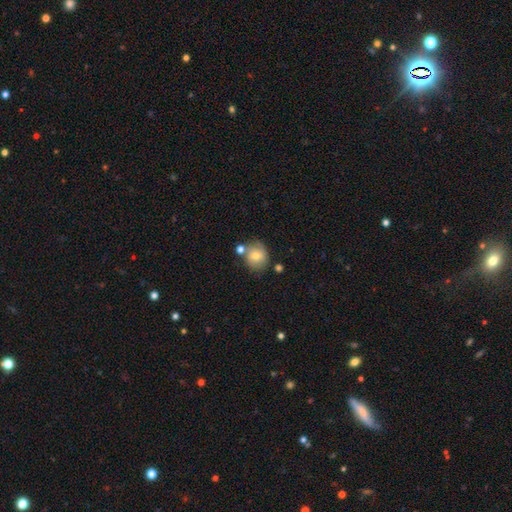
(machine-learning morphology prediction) A smooth galaxy with no disk features (69%) that is round (80%). Merging: none (60%).